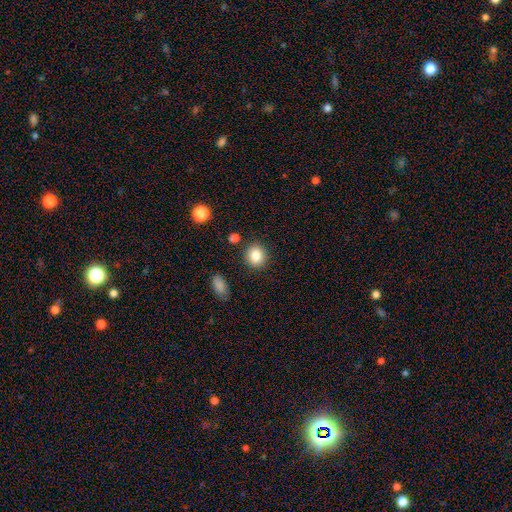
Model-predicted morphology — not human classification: The model was most divided on "how rounded": round: 75%, in between: 24%, cigar-shaped: 1%. More confident: merging — none (86%); smooth or featured — smooth (85%).